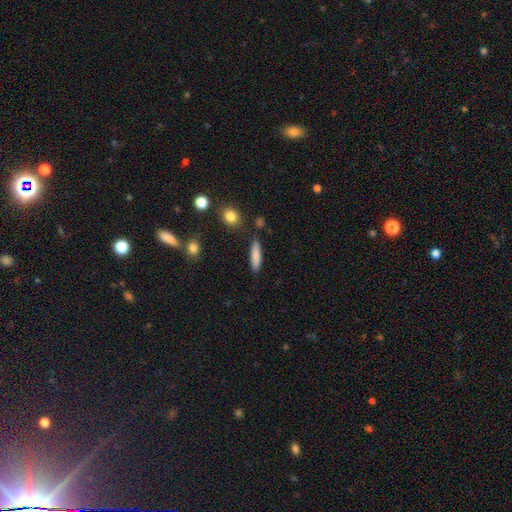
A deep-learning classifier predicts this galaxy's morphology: Smooth or featured?
  - smooth: 82% *
  - featured or disk: 11%
  - star or artifact: 7%
How rounded?
  - cigar-shaped: 75% *
  - in between: 23%
  - round: 2%
Merging?
  - none: 83% *
  - minor disturbance: 11%
  - merger: 4%
  - major disturbance: 3%